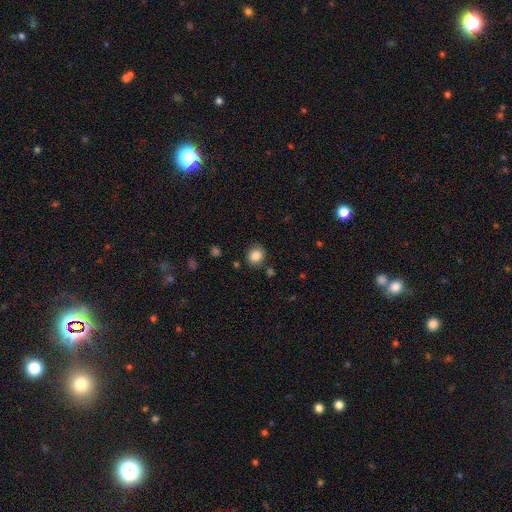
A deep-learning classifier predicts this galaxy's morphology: type=smooth (85%); roundness=round (78%); merging=none (84%).